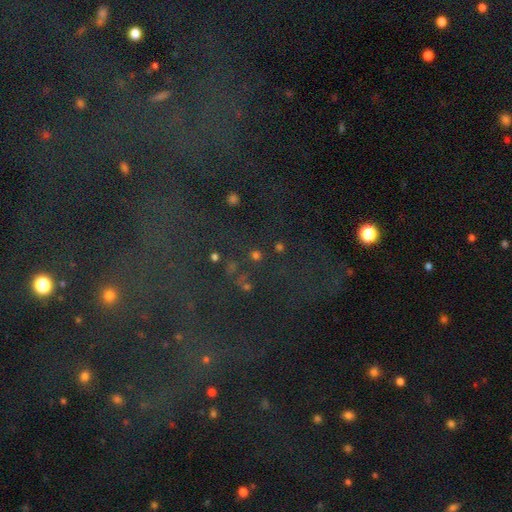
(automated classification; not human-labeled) smooth_or_featured: star or artifact (p=0.66) [alt: smooth p=0.24]